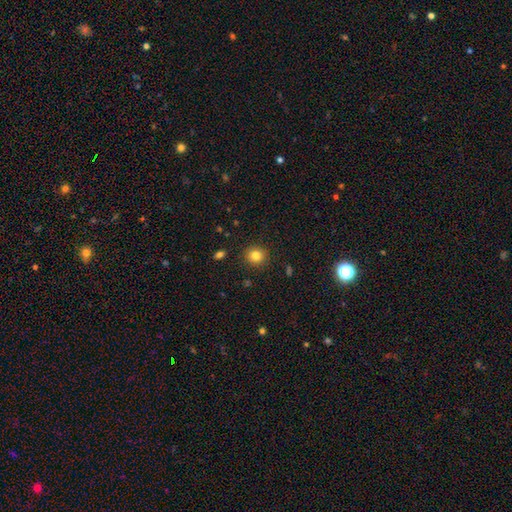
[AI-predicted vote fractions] The model was most divided on "smooth or featured": smooth: 82%, star or artifact: 12%, featured or disk: 7%. More confident: merging — none (91%); how rounded — round (90%).